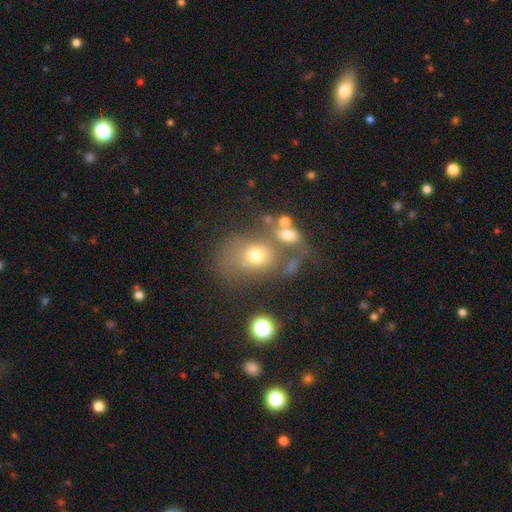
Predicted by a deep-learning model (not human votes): Smooth or featured?
  - smooth: 62% *
  - featured or disk: 22%
  - star or artifact: 15%
How rounded?
  - in between: 52% *
  - round: 47%
  - cigar-shaped: 1%
Merging?
  - merger: 36% *
  - none: 29%
  - major disturbance: 19%
  - minor disturbance: 16%